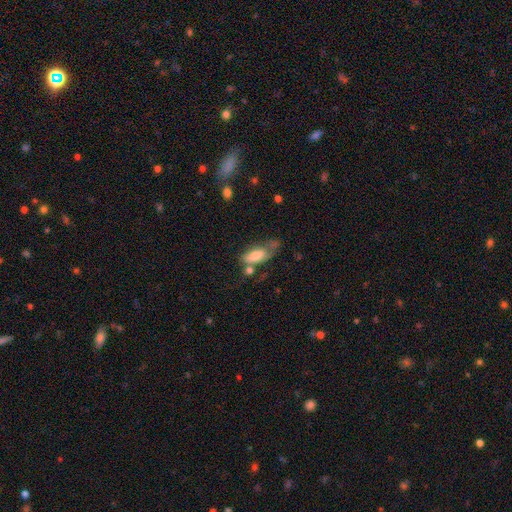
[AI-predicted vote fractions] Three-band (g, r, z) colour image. It shows a smooth galaxy with no disk features (70%) that is in between round and cigar-shaped (82%). Merging: none (28%).